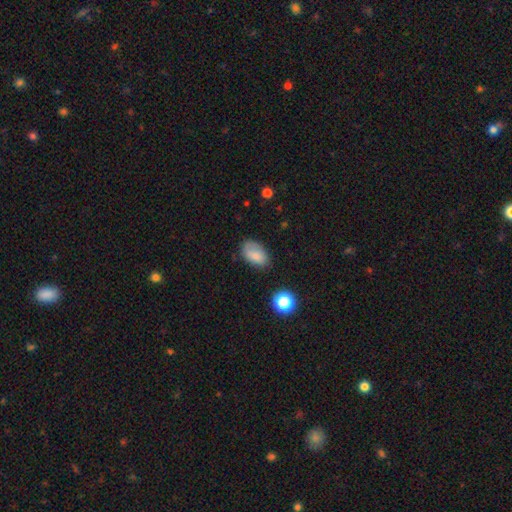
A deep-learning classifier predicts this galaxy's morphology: A smooth galaxy with no disk features (80%) that is in between round and cigar-shaped (91%).

Vote fractions:
- Smooth or featured? smooth: 80% / featured or disk: 11% / star or artifact: 9%
- How rounded? in between: 91% / round: 8% / cigar-shaped: 2%
- Merging? none: 65% / minor disturbance: 25% / major disturbance: 7% / merger: 3%